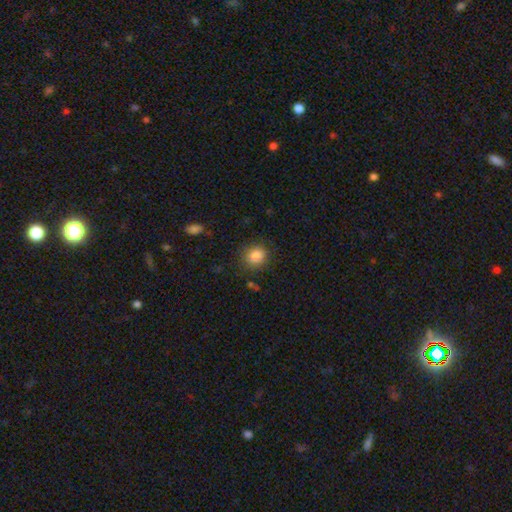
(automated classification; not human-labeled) smooth-or-featured: smooth: 85% | star or artifact: 10% | featured or disk: 5%
  how-rounded: round: 80% | in between: 19% | cigar-shaped: 1%
  merging: none: 83% | minor disturbance: 12% | major disturbance: 4% | merger: 2%